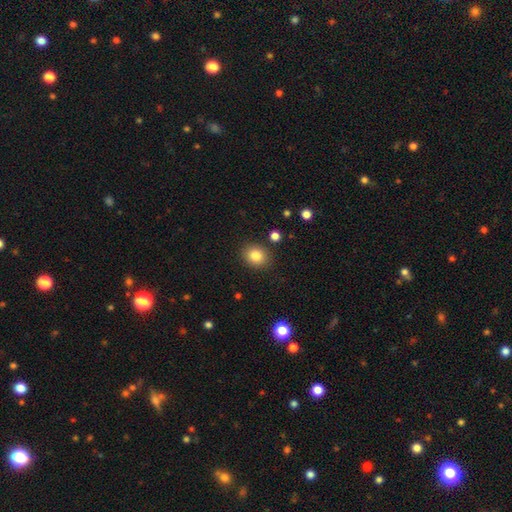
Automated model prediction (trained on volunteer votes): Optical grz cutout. It shows a smooth galaxy with no disk features (85%) that is round (67%). Merging: none (87%).